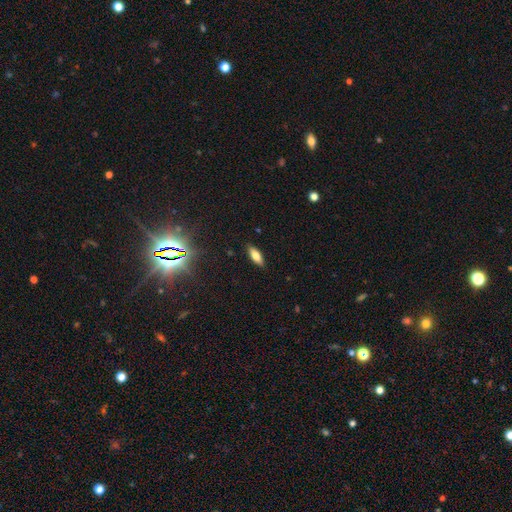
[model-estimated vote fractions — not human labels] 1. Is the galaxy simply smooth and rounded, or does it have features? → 69% smooth, 21% featured or disk, 10% star or artifact.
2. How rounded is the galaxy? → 68% in between, 30% cigar-shaped, 2% round.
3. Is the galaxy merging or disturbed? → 88% none, 9% minor disturbance, 2% major disturbance, 1% merger.